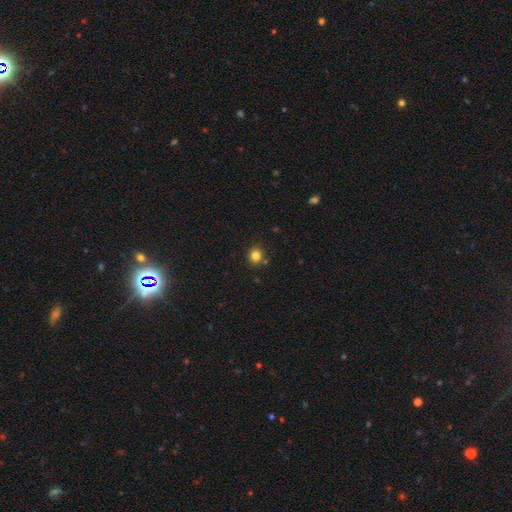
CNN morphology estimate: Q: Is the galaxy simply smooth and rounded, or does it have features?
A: smooth — 81%.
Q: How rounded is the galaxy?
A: round — 79%.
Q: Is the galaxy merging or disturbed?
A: none — 84%.